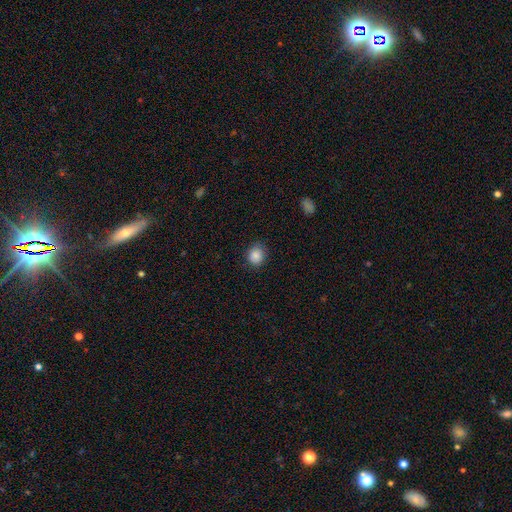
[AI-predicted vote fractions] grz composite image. It shows a smooth galaxy with no disk features (86%) that is round (76%). Merging: none (81%).